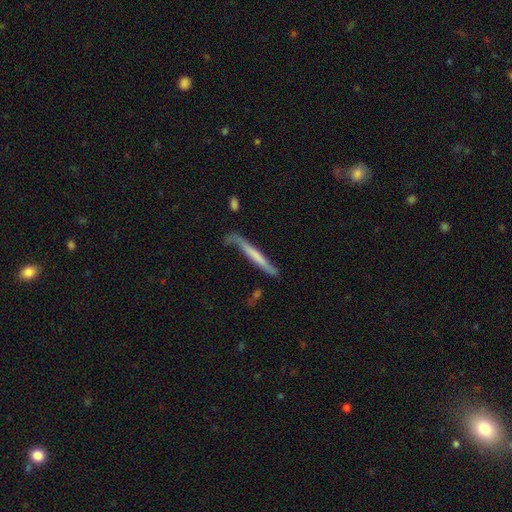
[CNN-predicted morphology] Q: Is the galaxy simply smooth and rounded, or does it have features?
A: smooth — 50%.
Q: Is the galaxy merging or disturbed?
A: none — 57%.